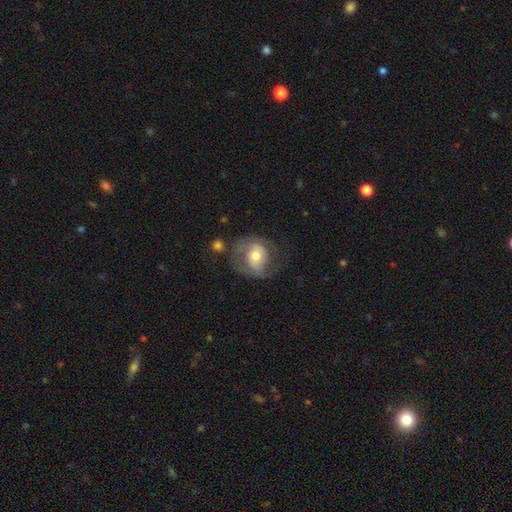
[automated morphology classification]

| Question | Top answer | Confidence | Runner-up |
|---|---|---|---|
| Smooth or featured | featured or disk | 59% | smooth (34%) |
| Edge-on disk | no | 96% | yes (4%) |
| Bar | no | 51% | weak (34%) |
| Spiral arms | yes | 72% | no (28%) |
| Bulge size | moderate | 67% | small (19%) |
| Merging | none | 50% | major disturbance (23%) |